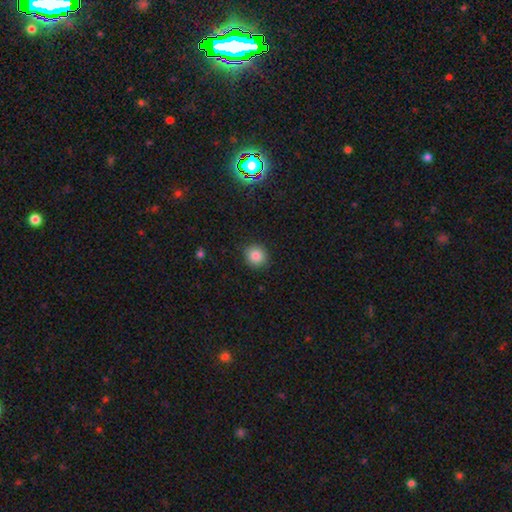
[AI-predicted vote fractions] The model was most divided on "smooth or featured": smooth: 84%, star or artifact: 10%, featured or disk: 5%. More confident: merging — none (90%); how rounded — round (89%).